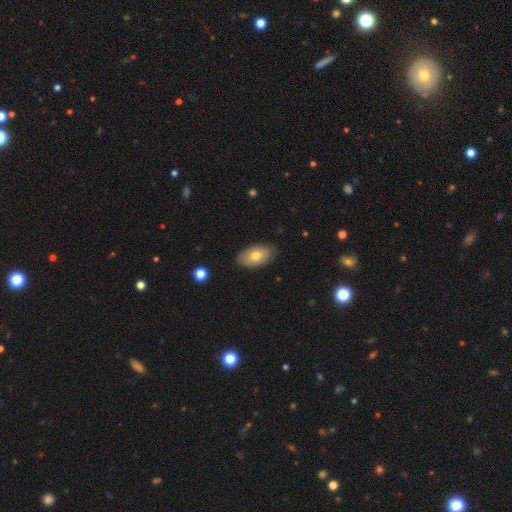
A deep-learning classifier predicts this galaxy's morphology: smooth_or_featured: smooth (p=0.67) [alt: featured or disk p=0.27]
how_rounded: in between (p=0.94) [alt: round p=0.05]
merging: none (p=0.82) [alt: minor disturbance p=0.15]